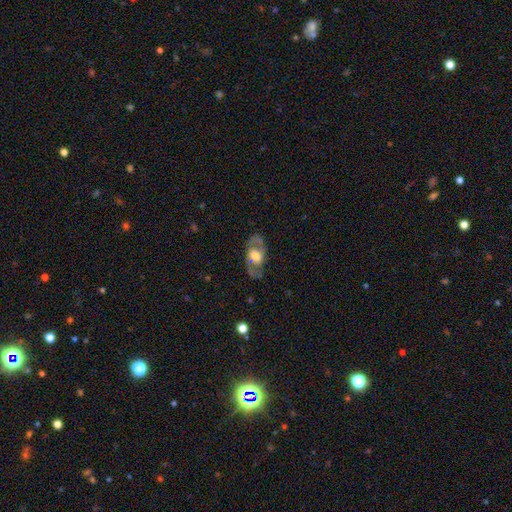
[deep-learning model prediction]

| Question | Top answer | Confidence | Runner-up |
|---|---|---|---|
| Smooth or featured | featured or disk | 65% | smooth (29%) |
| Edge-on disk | no | 88% | yes (12%) |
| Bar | no | 58% | weak (31%) |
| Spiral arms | yes | 55% | no (45%) |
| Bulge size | large | 52% | moderate (33%) |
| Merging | none | 74% | minor disturbance (16%) |